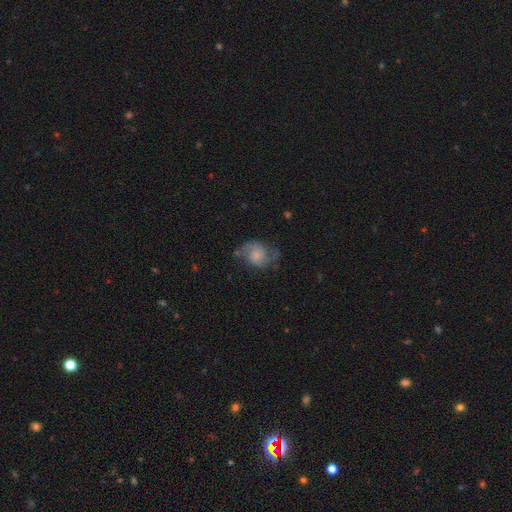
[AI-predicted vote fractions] The model was most divided on "bulge size": small: 34%, moderate: 26%, none: 25%, large: 11%, dominant: 3%. Remaining: edge-on disk — no (98%); spiral arms — yes (93%); spiral arm count — 2 (88%); smooth or featured — featured or disk (71%); bar — no (67%); merging — none (63%); spiral winding — medium (49%).